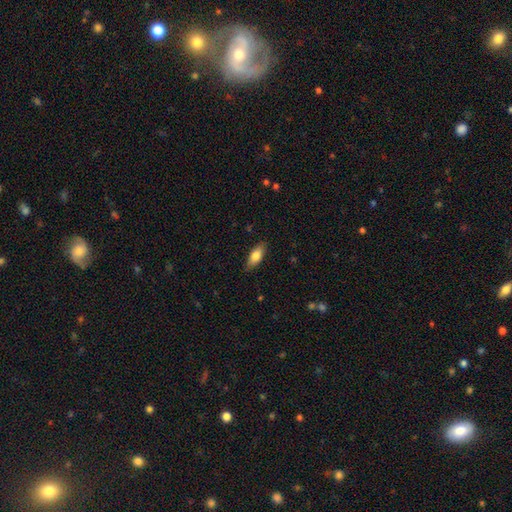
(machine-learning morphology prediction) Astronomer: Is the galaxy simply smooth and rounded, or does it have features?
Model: smooth — 79%.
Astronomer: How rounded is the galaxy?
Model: in between — 78%.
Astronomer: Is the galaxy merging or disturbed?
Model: none — 84%.